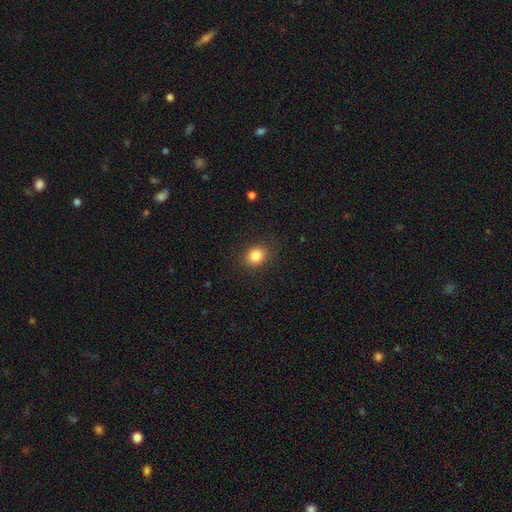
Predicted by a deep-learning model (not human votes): smooth_or_featured: smooth (p=0.84) [alt: star or artifact p=0.10]
how_rounded: round (p=0.65) [alt: in between p=0.34]
merging: none (p=0.87) [alt: minor disturbance p=0.09]